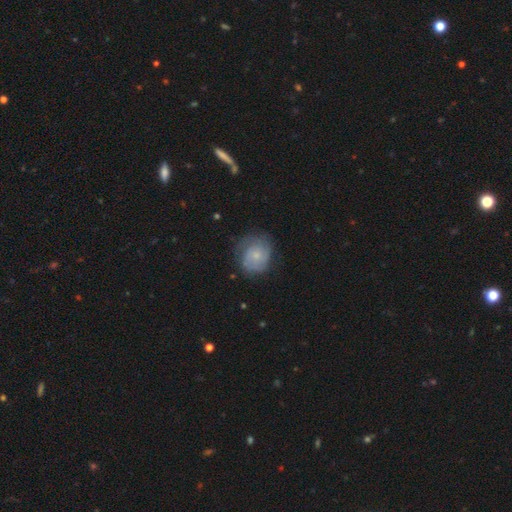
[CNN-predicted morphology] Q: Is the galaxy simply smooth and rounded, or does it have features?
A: featured or disk — 58%.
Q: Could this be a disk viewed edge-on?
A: no — 98%.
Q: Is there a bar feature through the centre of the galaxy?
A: no — 76%.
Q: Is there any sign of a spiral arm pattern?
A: yes — 86%.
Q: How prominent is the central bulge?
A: small — 62%.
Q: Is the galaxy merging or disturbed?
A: none — 64%.